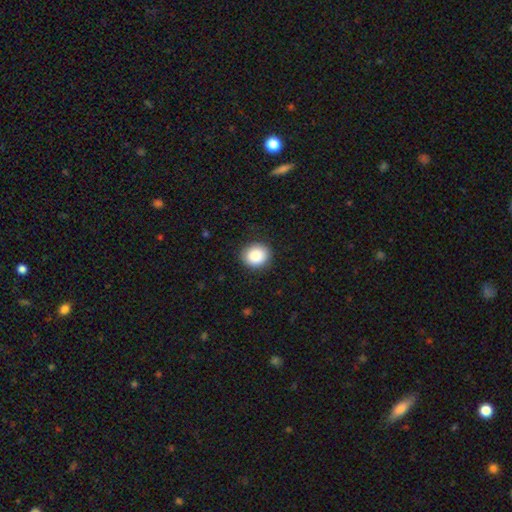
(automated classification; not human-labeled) Smooth or featured?
  - smooth: 88% *
  - star or artifact: 8%
  - featured or disk: 4%
How rounded?
  - round: 80% *
  - in between: 19%
  - cigar-shaped: 1%
Merging?
  - none: 90% *
  - minor disturbance: 7%
  - major disturbance: 2%
  - merger: 1%